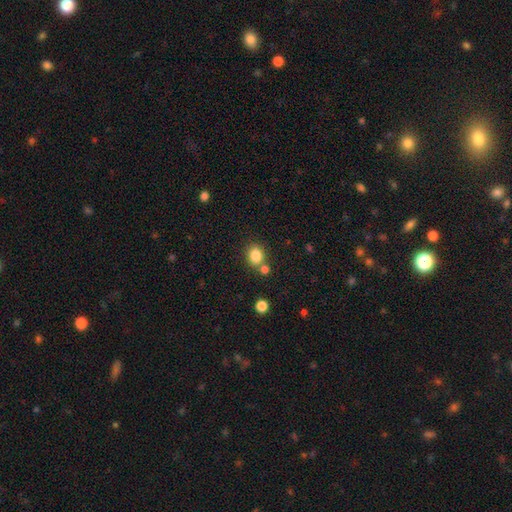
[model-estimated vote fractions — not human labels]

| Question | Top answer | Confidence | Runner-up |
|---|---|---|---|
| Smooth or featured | smooth | 84% | star or artifact (10%) |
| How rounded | round | 55% | in between (44%) |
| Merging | none | 68% | merger (18%) |